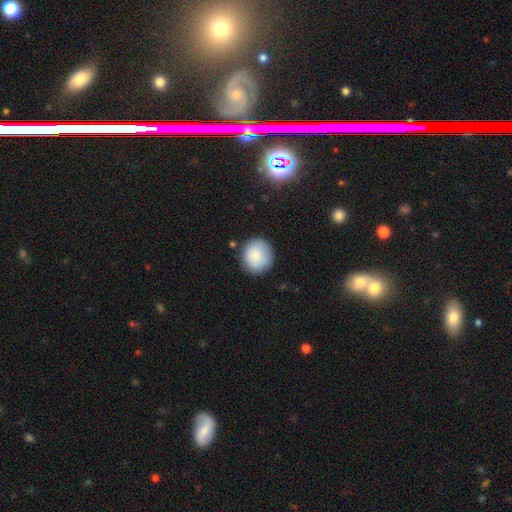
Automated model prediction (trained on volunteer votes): smooth 87%, star or artifact 7%, featured or disk 6%. Down the decision tree: how rounded — round (88%); merging — none (84%).